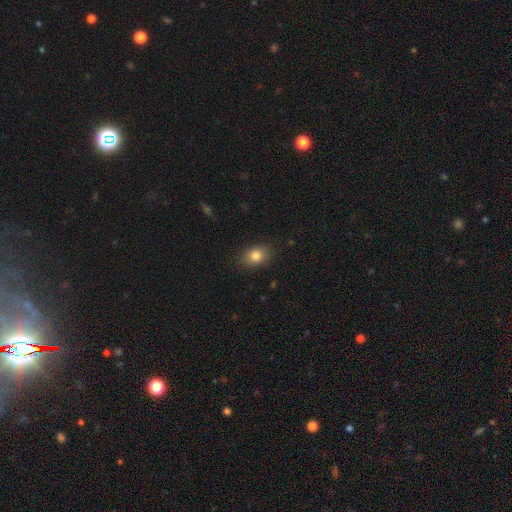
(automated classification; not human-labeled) Morphology: type=smooth (82%); roundness=in between (71%); merging=none (86%).